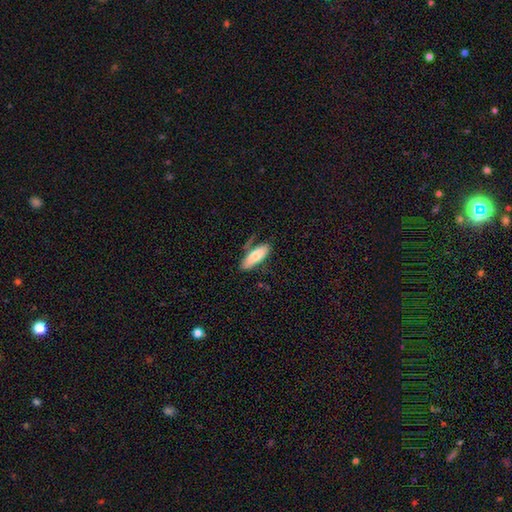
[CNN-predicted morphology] smooth 74%, featured or disk 20%, star or artifact 6%. Down the decision tree: how rounded — in between (61%); merging — none (63%).